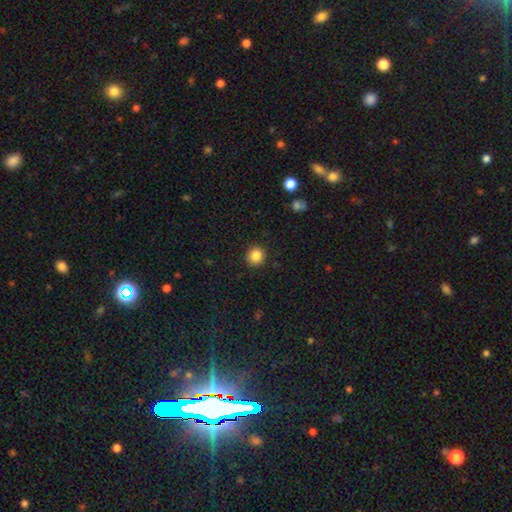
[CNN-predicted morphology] Q: Smooth or featured?
A: smooth (86%); runner-up: star or artifact (10%)
Q: How rounded?
A: round (91%); runner-up: in between (8%)
Q: Merging?
A: none (92%); runner-up: minor disturbance (6%)